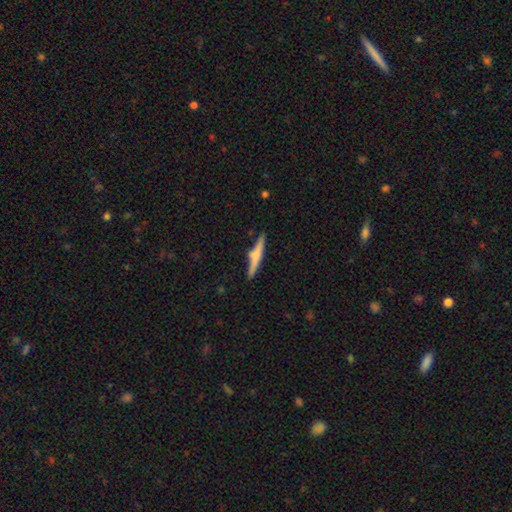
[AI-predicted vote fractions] smooth_or_featured: smooth (p=0.50) [alt: featured or disk p=0.45]
merging: none (p=0.78) [alt: minor disturbance p=0.13]